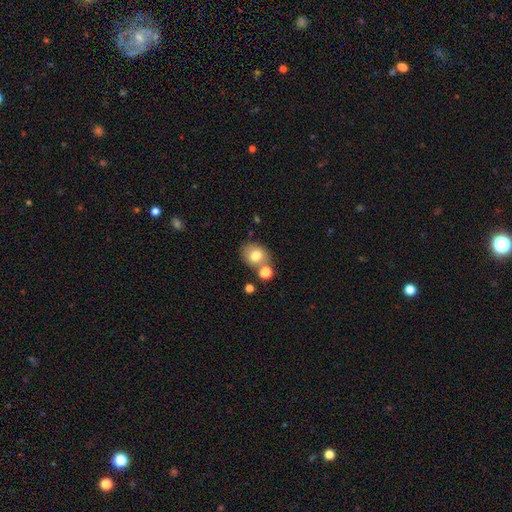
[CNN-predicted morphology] Overall: smooth (76%). How rounded: round (59%; in between 40%). Merging: none (64%).